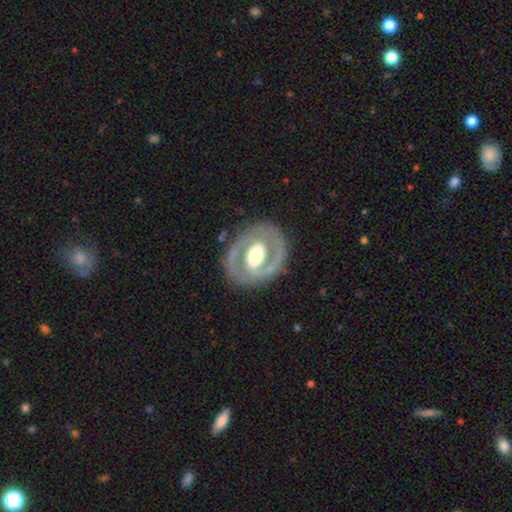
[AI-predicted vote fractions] This appears to be a featured or disk galaxy (77%) with no bar (39%), spiral arms (52%) and a moderate central bulge (55%). Merging: none (79%).